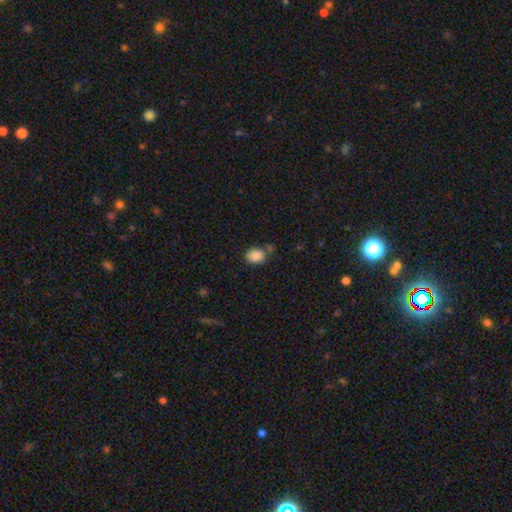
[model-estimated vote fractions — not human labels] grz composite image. It shows a smooth galaxy with no disk features (88%) that is in between round and cigar-shaped (69%). Merging: none (65%).